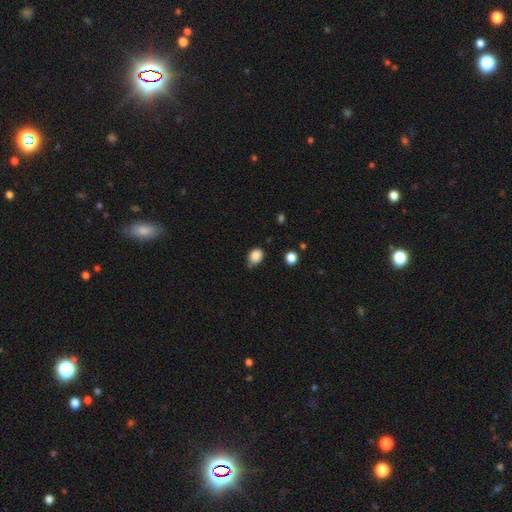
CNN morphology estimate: Q: Smooth or featured?
A: smooth (86%); runner-up: star or artifact (10%)
Q: How rounded?
A: in between (54%); runner-up: round (45%)
Q: Merging?
A: none (60%); runner-up: minor disturbance (32%)